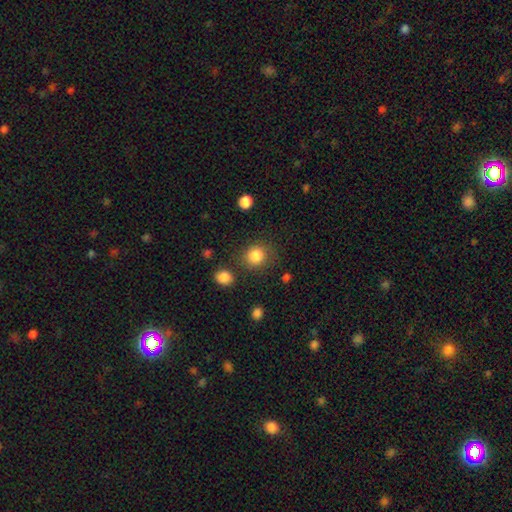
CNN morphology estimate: Smooth or featured? smooth (85%)
How rounded? round (83%)
Merging? none (78%)